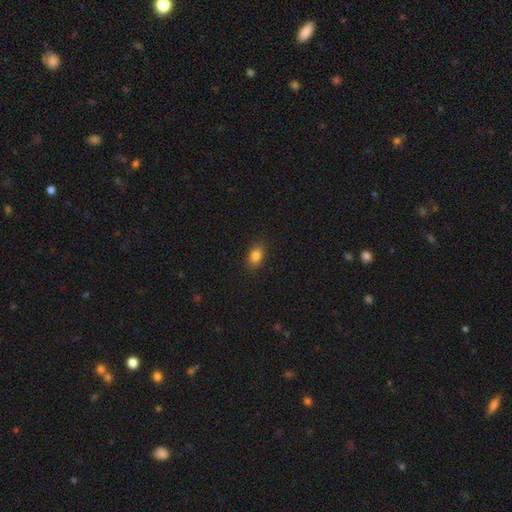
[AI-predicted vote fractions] smooth_or_featured: smooth (p=0.85) [alt: star or artifact p=0.10]
how_rounded: in between (p=0.78) [alt: round p=0.20]
merging: none (p=0.88) [alt: minor disturbance p=0.08]